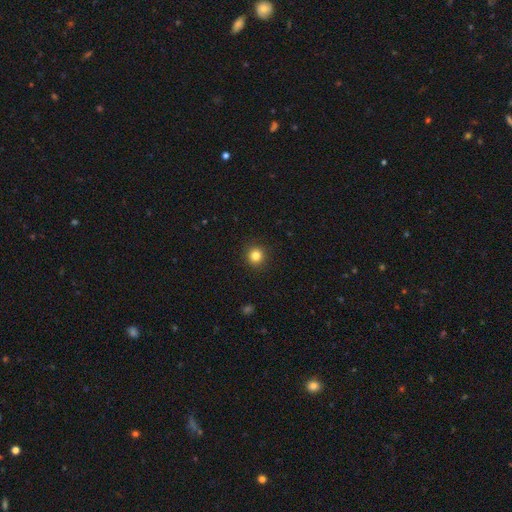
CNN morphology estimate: This is clearly a smooth galaxy (83%). How rounded: clearly round (94%). Merging: clearly none (93%).